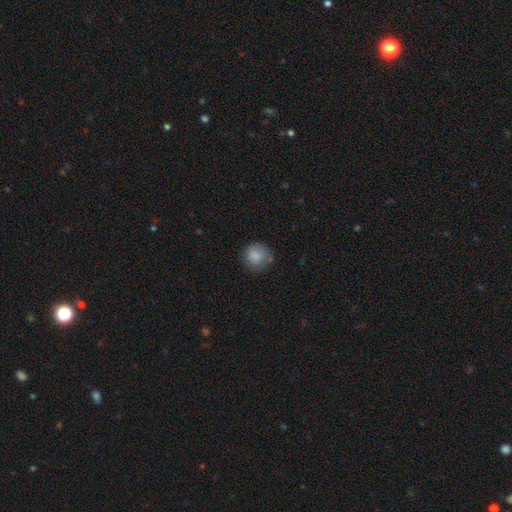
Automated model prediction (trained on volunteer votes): Q: Smooth or featured?
A: smooth (85%); runner-up: star or artifact (8%)
Q: How rounded?
A: round (91%); runner-up: in between (9%)
Q: Merging?
A: none (75%); runner-up: minor disturbance (17%)